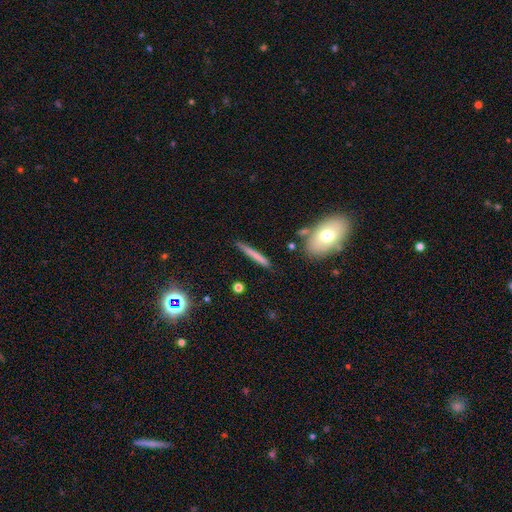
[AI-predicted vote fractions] smooth-or-featured: smooth: 65% | featured or disk: 28% | star or artifact: 7%
  how-rounded: cigar-shaped: 94% | in between: 4% | round: 2%
  merging: none: 82% | minor disturbance: 11% | merger: 4% | major disturbance: 3%